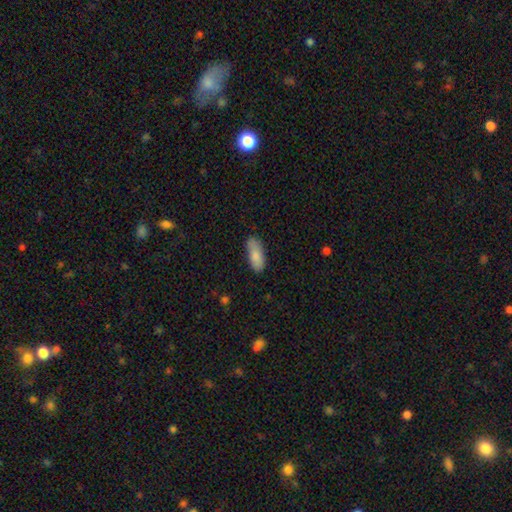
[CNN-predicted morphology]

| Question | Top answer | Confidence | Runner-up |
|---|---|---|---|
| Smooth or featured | smooth | 85% | featured or disk (9%) |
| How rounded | in between | 80% | cigar-shaped (18%) |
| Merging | none | 75% | minor disturbance (20%) |